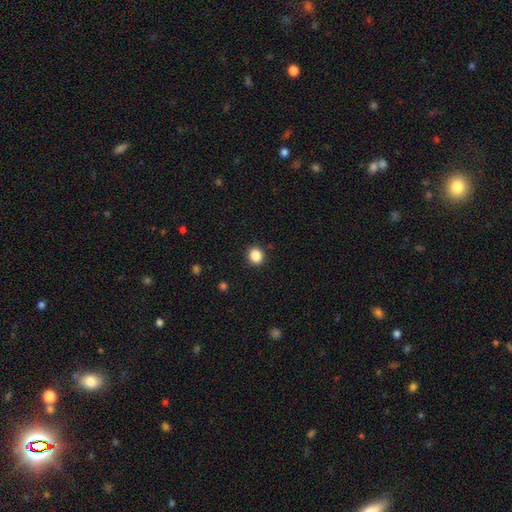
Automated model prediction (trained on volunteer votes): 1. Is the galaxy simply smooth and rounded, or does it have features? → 87% smooth, 10% star or artifact, 3% featured or disk.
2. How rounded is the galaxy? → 79% round, 20% in between, 1% cigar-shaped.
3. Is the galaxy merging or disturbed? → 90% none, 7% minor disturbance, 2% major disturbance, 1% merger.